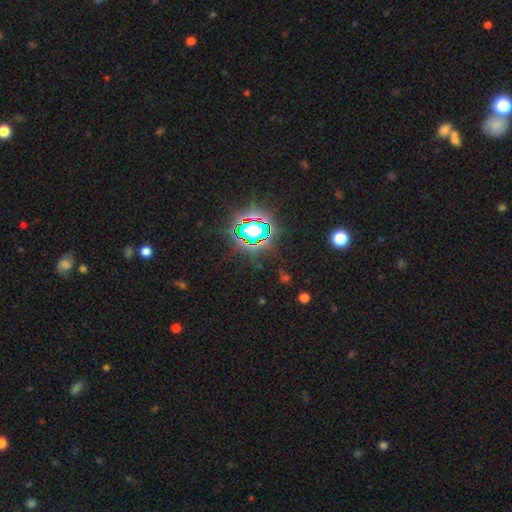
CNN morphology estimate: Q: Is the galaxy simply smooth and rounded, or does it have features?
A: star or artifact — 80%.